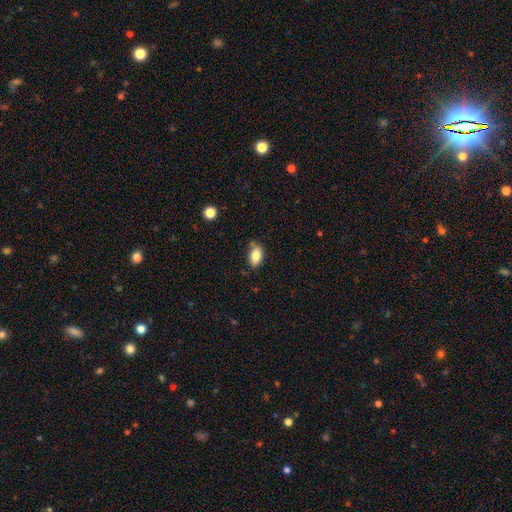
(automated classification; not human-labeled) Smooth or featured? Predicted: smooth (p=0.84). How rounded? Predicted: in between (p=0.91). Merging? Predicted: none (p=0.75).